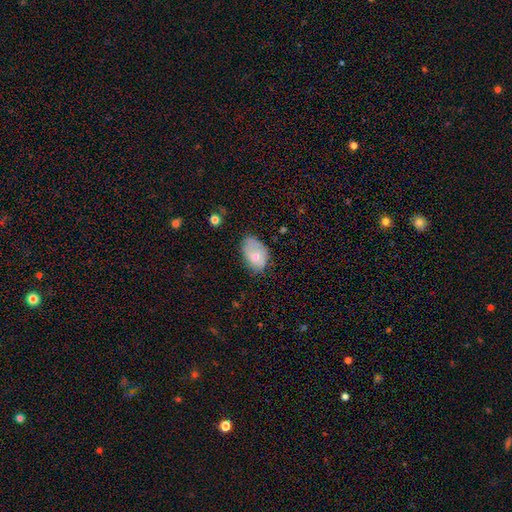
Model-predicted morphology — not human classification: Smooth or featured? smooth (67%)
How rounded? in between (87%)
Merging? none (55%)